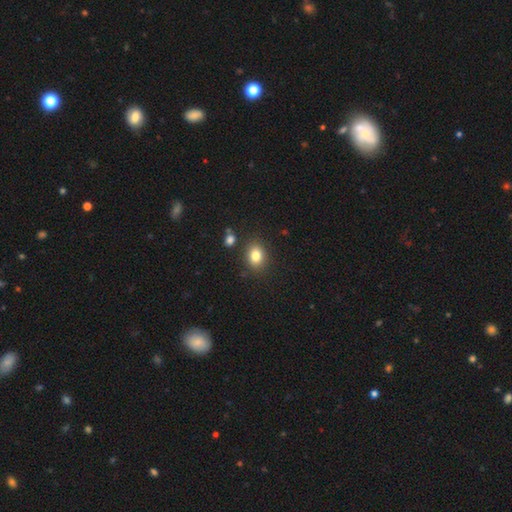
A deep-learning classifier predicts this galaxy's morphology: This appears to be a smooth galaxy with no disk features (82%) that is in between round and cigar-shaped (55%). Merging: none (83%).